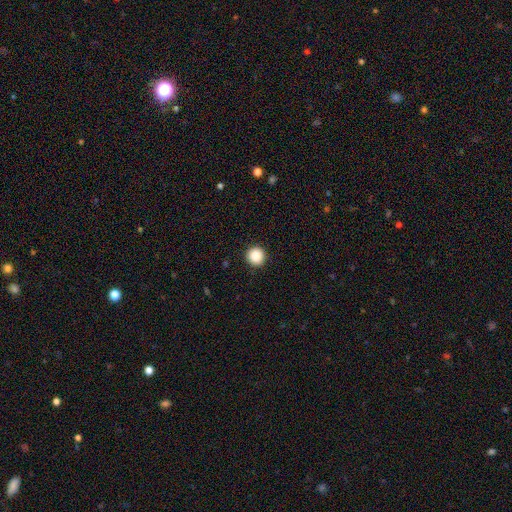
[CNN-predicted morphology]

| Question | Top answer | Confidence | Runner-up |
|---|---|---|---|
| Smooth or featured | smooth | 88% | star or artifact (9%) |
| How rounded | round | 96% | in between (3%) |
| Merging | none | 93% | minor disturbance (5%) |